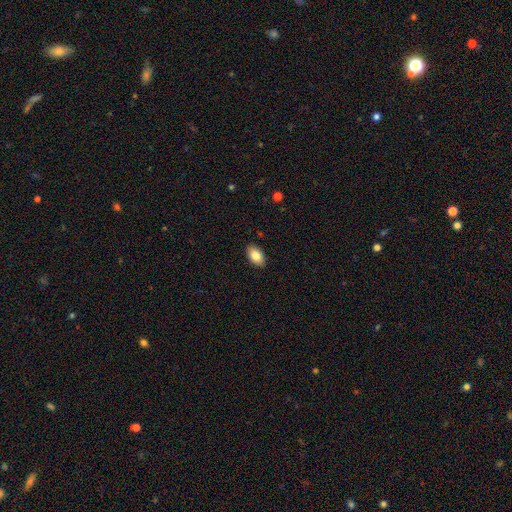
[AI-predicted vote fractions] Q: Smooth or featured?
A: smooth (84%); runner-up: featured or disk (8%)
Q: How rounded?
A: in between (92%); runner-up: round (7%)
Q: Merging?
A: none (89%); runner-up: minor disturbance (8%)